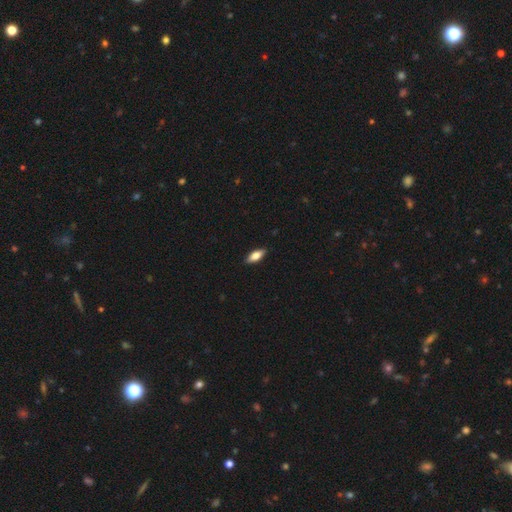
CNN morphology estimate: Smooth or featured? Predicted: smooth (p=0.73). How rounded? Predicted: in between (p=0.77). Merging? Predicted: none (p=0.89).